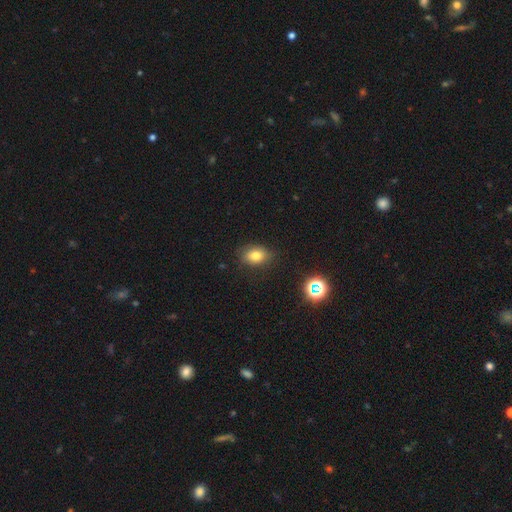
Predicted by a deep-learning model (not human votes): The model was most divided on "how rounded": in between: 69%, round: 29%, cigar-shaped: 1%. More confident: merging — none (82%); smooth or featured — smooth (77%).